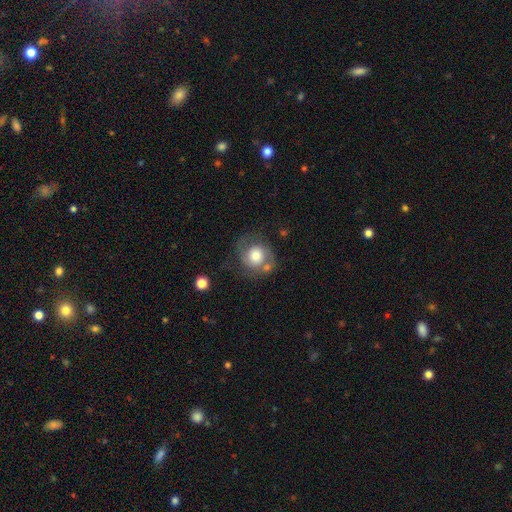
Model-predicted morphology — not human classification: smooth-or-featured: featured or disk: 54% | smooth: 38% | star or artifact: 8%
  disk-edge-on: no: 98% | yes: 2%
    bar: no: 78% | weak: 18% | strong: 4%
    has-spiral-arms: yes: 80% | no: 20%
    bulge-size: moderate: 50% | large: 32% | small: 11% | dominant: 5% | none: 2%
  merging: none: 58% | minor disturbance: 19% | major disturbance: 13% | merger: 10%